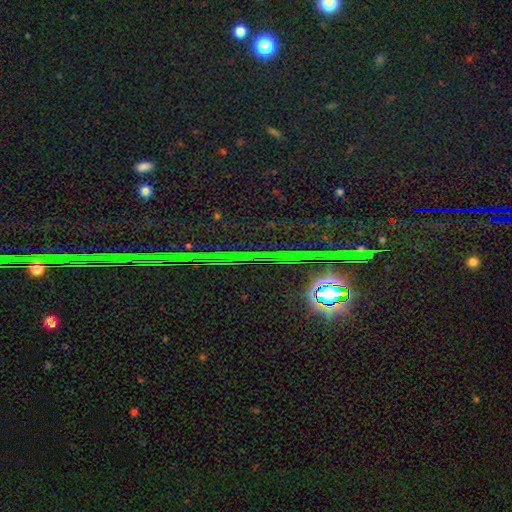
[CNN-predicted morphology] Smooth or featured?
  - star or artifact: 86% *
  - featured or disk: 8%
  - smooth: 7%